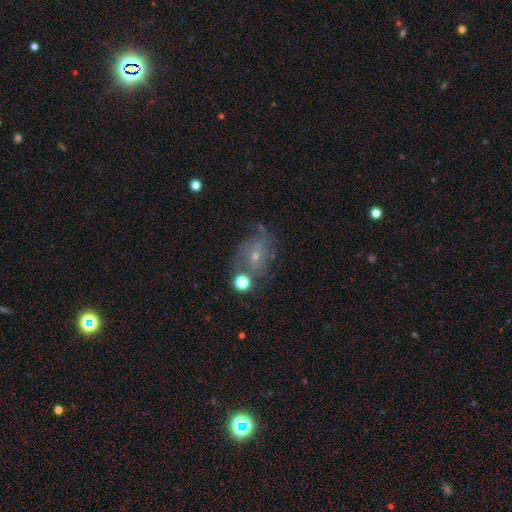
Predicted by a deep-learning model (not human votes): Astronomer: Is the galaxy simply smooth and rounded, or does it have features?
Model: featured or disk — 54% (runner-up: smooth, 30%).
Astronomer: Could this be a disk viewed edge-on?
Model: no — 95%.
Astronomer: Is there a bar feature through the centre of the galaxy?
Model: no — 67%.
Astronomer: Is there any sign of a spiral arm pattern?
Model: yes — 65%.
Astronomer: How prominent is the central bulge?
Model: small — 69%.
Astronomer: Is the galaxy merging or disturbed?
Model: none — 51%.